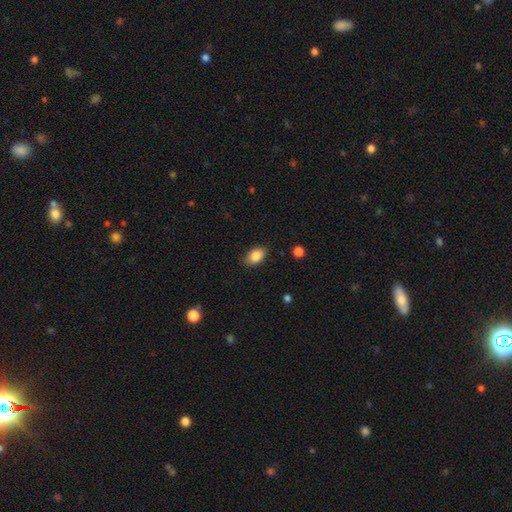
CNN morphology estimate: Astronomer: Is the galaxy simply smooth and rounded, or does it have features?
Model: smooth — 85%.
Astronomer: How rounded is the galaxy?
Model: in between — 86%.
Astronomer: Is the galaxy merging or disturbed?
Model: none — 86%.